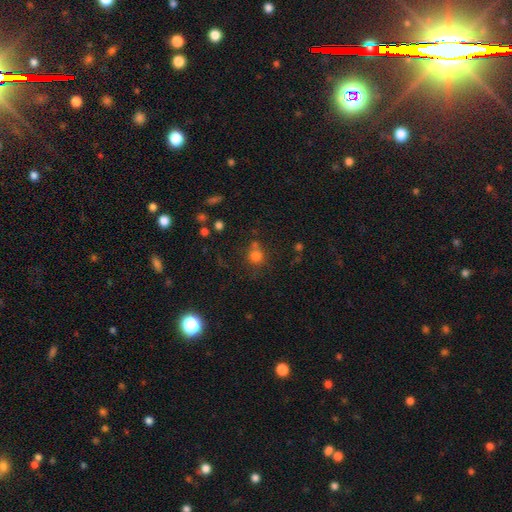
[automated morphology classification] This appears to be a smooth galaxy with no disk features (75%) that is round (85%). Merging: none (61%).